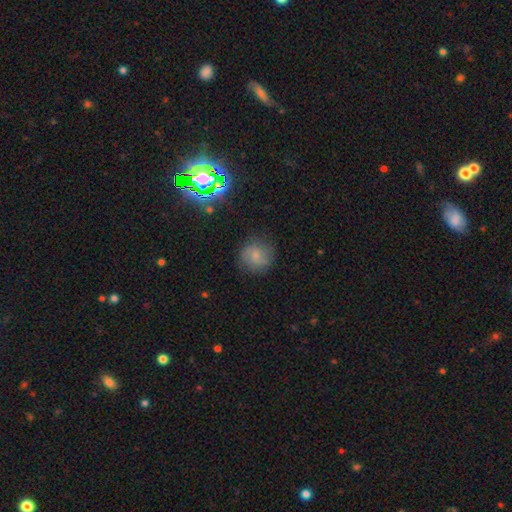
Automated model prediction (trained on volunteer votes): smooth-or-featured: smooth: 61% | featured or disk: 25% | star or artifact: 13%
  how-rounded: round: 90% | in between: 9% | cigar-shaped: 1%
  merging: none: 79% | minor disturbance: 15% | major disturbance: 5% | merger: 2%